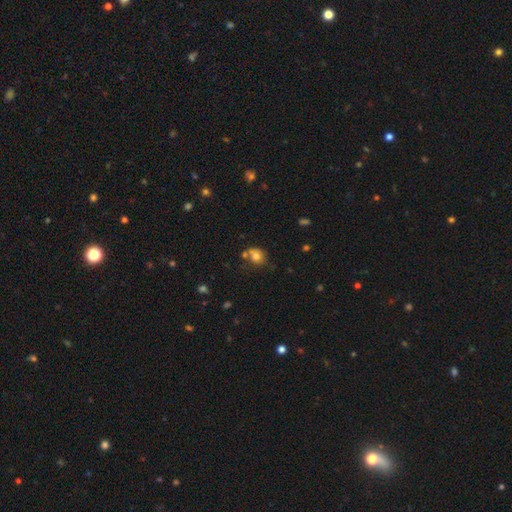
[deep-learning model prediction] Smooth or featured? smooth (76%)
How rounded? round (62%)
Merging? none (48%)